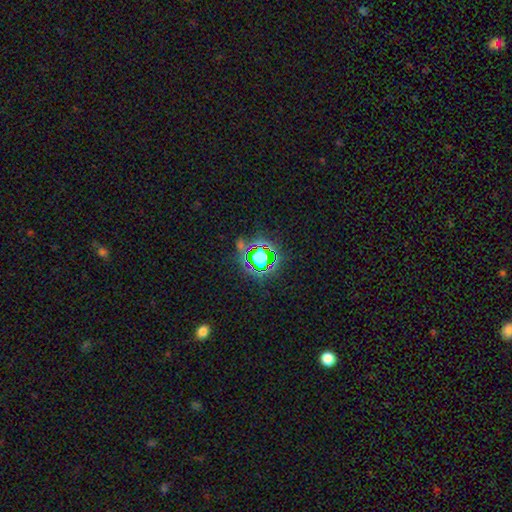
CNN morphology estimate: star or artifact 68%, smooth 20%, featured or disk 12%.